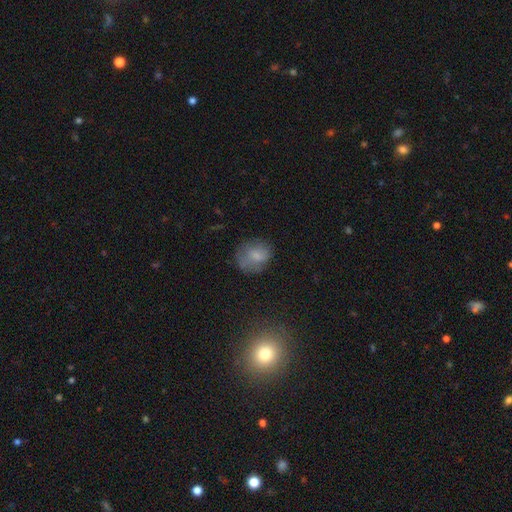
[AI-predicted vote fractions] Smooth or featured? smooth (70%)
How rounded? round (59%)
Merging? none (61%)